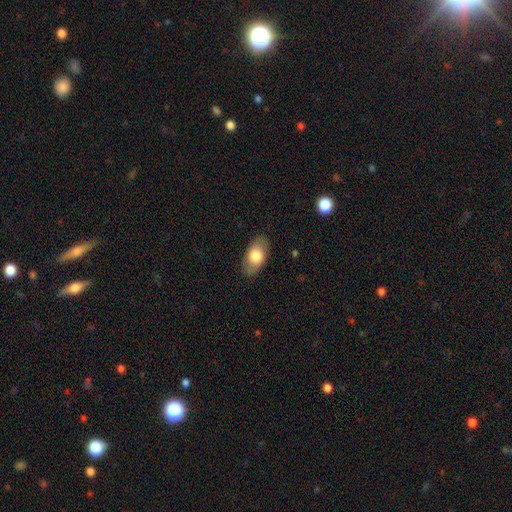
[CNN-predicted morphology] Smooth or featured? smooth (73%)
How rounded? in between (92%)
Merging? none (84%)